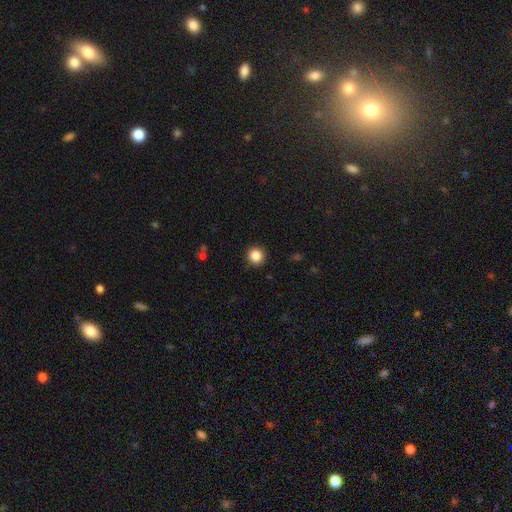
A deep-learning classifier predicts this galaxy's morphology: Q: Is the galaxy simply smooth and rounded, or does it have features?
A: smooth — 85%.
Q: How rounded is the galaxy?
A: round — 94%.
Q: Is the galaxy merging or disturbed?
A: none — 92%.